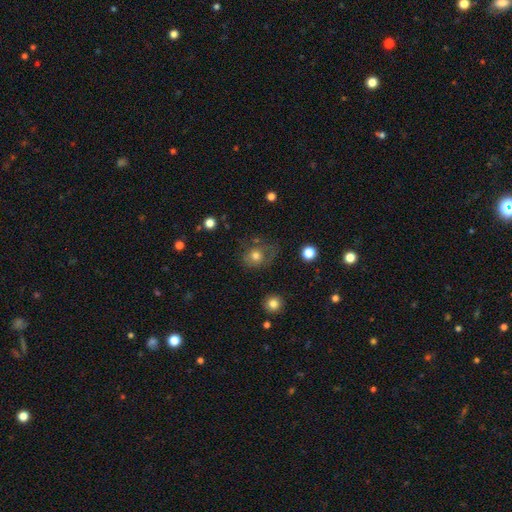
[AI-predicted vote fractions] A smooth galaxy with no disk features (71%) that is round (76%).

Vote fractions:
- Smooth or featured? smooth: 71% / featured or disk: 17% / star or artifact: 12%
- How rounded? round: 76% / in between: 23% / cigar-shaped: 1%
- Merging? none: 56% / minor disturbance: 22% / major disturbance: 18% / merger: 3%